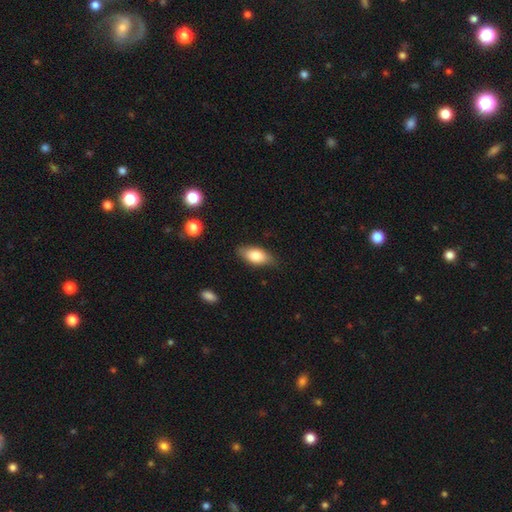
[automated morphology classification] Smooth or featured? Predicted: smooth (p=0.79). How rounded? Predicted: in between (p=0.87). Merging? Predicted: none (p=0.80).